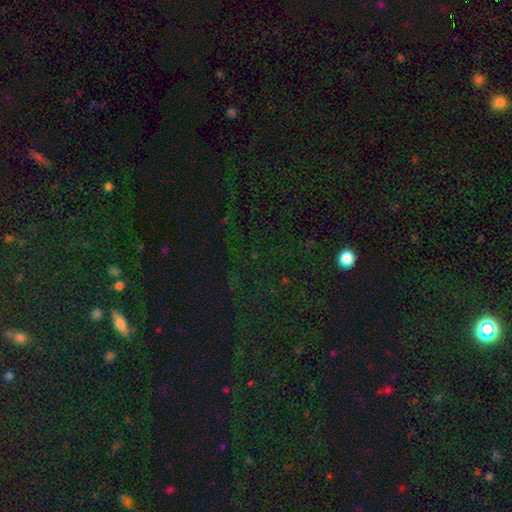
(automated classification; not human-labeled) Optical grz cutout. It shows a star or artifact, not a galaxy (73%).